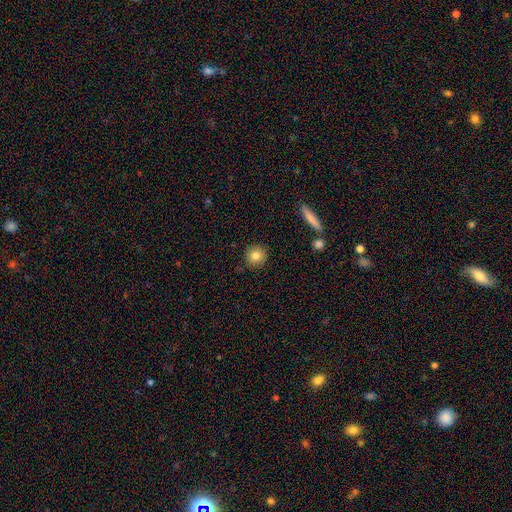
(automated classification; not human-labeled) This is clearly a smooth galaxy (82%). How rounded: clearly round (93%). Merging: clearly none (90%).